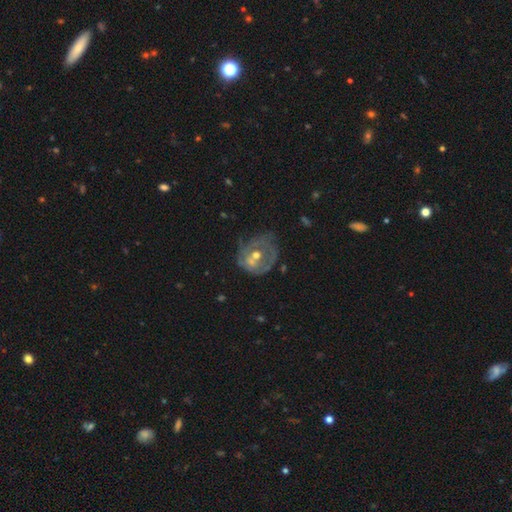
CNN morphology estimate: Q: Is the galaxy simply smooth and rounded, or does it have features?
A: featured or disk — 64%.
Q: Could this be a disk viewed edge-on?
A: no — 97%.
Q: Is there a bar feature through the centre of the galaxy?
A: no — 75%.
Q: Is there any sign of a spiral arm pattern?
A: no — 56%.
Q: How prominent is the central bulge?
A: moderate — 67%.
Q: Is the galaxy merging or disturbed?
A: none — 44%.